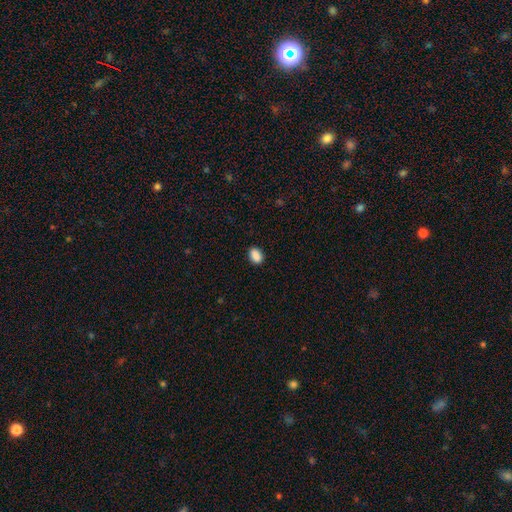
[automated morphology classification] A smooth galaxy with no disk features (89%) that is in between round and cigar-shaped (83%).

Vote fractions:
- Smooth or featured? smooth: 89% / star or artifact: 8% / featured or disk: 3%
- How rounded? in between: 83% / round: 16% / cigar-shaped: 2%
- Merging? none: 88% / minor disturbance: 9% / major disturbance: 2% / merger: 1%